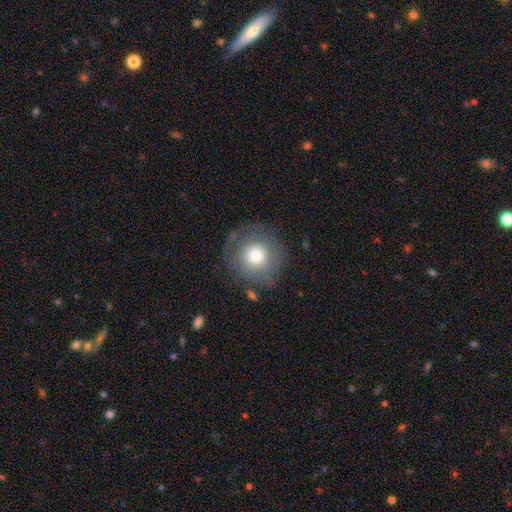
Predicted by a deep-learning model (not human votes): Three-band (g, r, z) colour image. It shows a smooth galaxy with no disk features (69%) that is round (94%). Merging: none (77%).